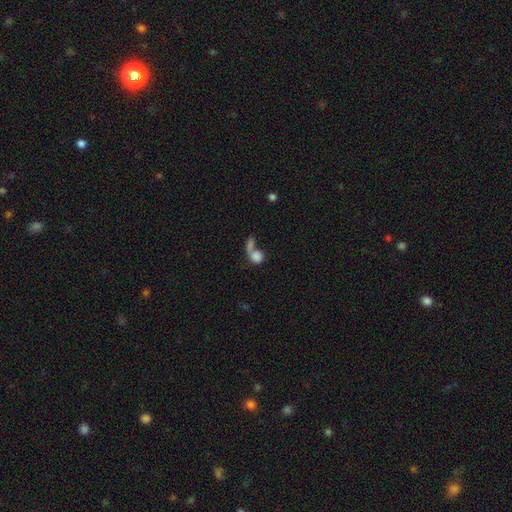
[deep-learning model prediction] A smooth galaxy with no disk features (77%) that is round (65%).

Vote fractions:
- Smooth or featured? smooth: 77% / featured or disk: 13% / star or artifact: 10%
- How rounded? round: 65% / in between: 33% / cigar-shaped: 3%
- Merging? merger: 54% / none: 24% / major disturbance: 13% / minor disturbance: 9%